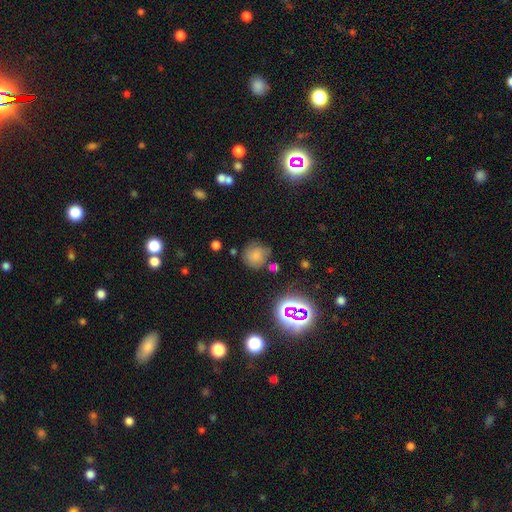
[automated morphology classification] smooth-or-featured: smooth: 61% | star or artifact: 20% | featured or disk: 19%
  how-rounded: round: 85% | in between: 14% | cigar-shaped: 1%
  merging: none: 61% | minor disturbance: 22% | major disturbance: 10% | merger: 7%